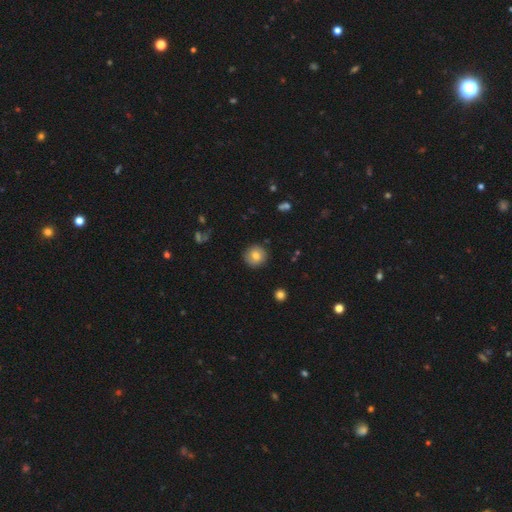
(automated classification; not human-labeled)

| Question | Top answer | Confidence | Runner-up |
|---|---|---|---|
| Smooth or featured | smooth | 78% | featured or disk (12%) |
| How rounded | round | 94% | in between (5%) |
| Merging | none | 90% | minor disturbance (7%) |